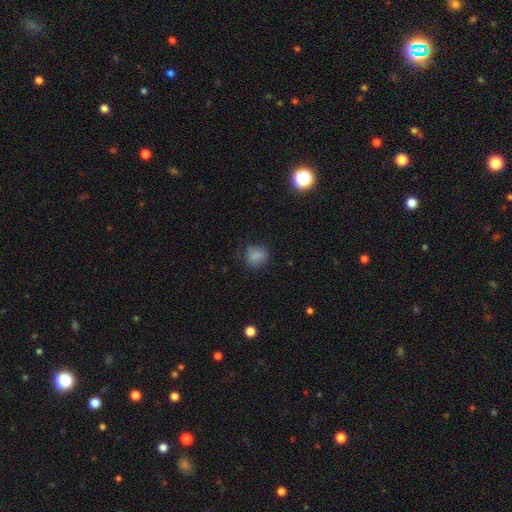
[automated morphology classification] Overall: smooth (82%). How rounded: round (74%). Merging: none (75%).